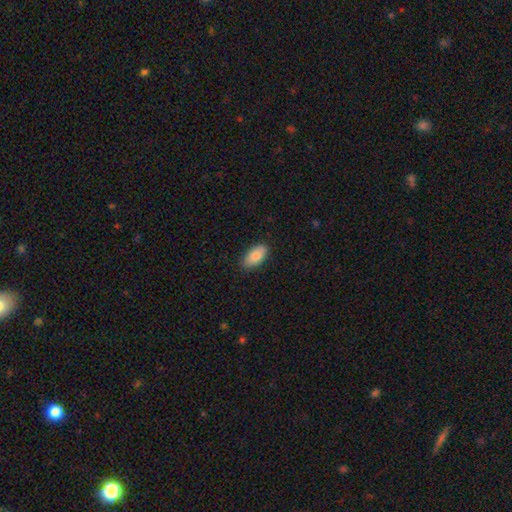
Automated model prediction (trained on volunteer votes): Q: Smooth or featured?
A: smooth (83%); runner-up: featured or disk (10%)
Q: How rounded?
A: in between (92%); runner-up: cigar-shaped (5%)
Q: Merging?
A: none (86%); runner-up: minor disturbance (11%)